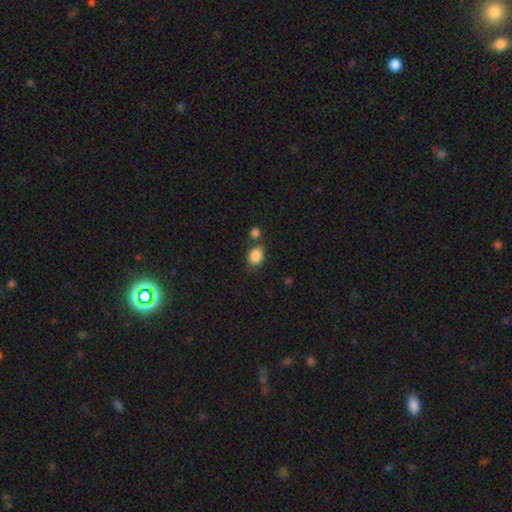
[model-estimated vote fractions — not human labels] Q: Smooth or featured?
A: smooth (87%); runner-up: star or artifact (9%)
Q: How rounded?
A: in between (58%); runner-up: round (41%)
Q: Merging?
A: none (64%); runner-up: merger (18%)